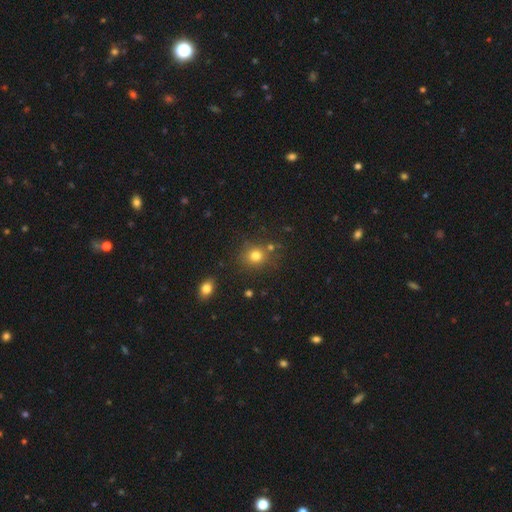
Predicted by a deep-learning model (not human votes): Morphology: type=smooth (78%); roundness=round (79%); merging=none (77%).